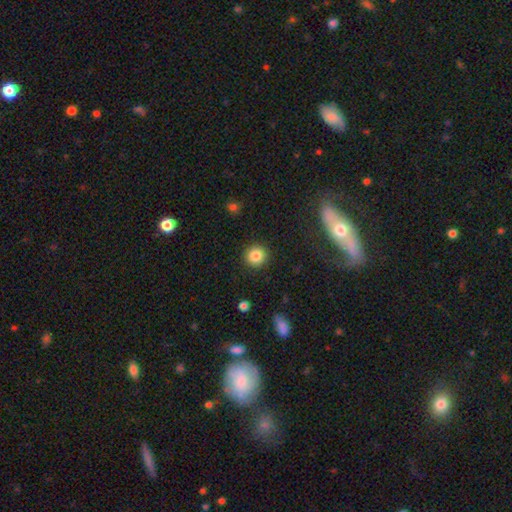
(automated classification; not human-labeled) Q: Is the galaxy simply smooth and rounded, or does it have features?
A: smooth — 85%.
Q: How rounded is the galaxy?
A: round — 93%.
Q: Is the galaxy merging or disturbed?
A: none — 91%.